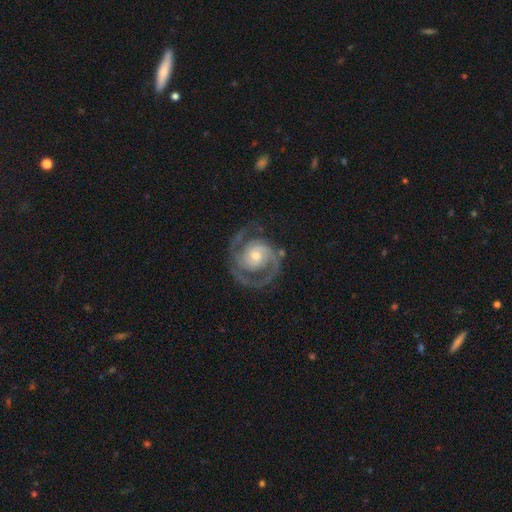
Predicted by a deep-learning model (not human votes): smooth_or_featured: featured or disk (p=0.91) [alt: smooth p=0.05]
disk_edge_on: no (p=0.98) [alt: yes p=0.02]
bar: no (p=0.64) [alt: weak p=0.28]
has_spiral_arms: yes (p=0.98) [alt: no p=0.02]
spiral_winding: tight (p=0.51) [alt: medium p=0.41]
spiral_arm_count: 2 (p=0.81) [alt: 3 p=0.07]
bulge_size: moderate (p=0.55) [alt: small p=0.37]
merging: none (p=0.73) [alt: minor disturbance p=0.16]